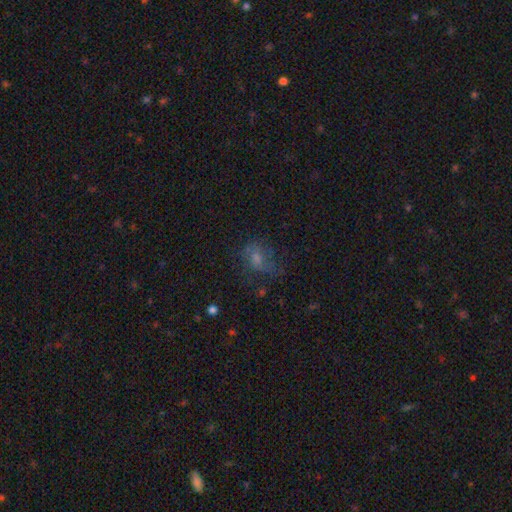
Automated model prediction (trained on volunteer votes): This appears to be a featured or disk galaxy (38%, tied with smooth). Merging: none (55%).